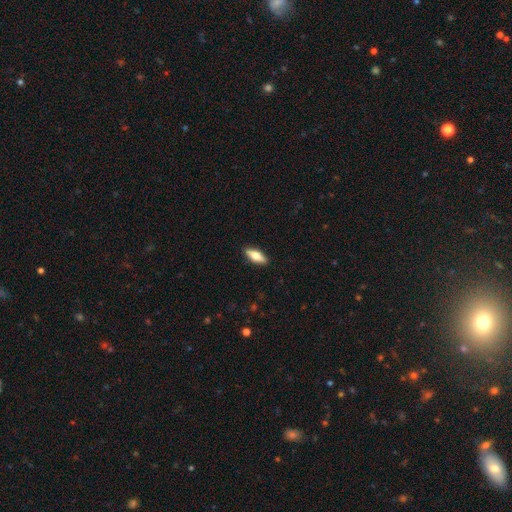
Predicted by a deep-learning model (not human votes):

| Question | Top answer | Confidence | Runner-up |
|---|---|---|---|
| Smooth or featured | smooth | 68% | featured or disk (26%) |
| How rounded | in between | 64% | cigar-shaped (34%) |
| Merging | none | 89% | minor disturbance (8%) |